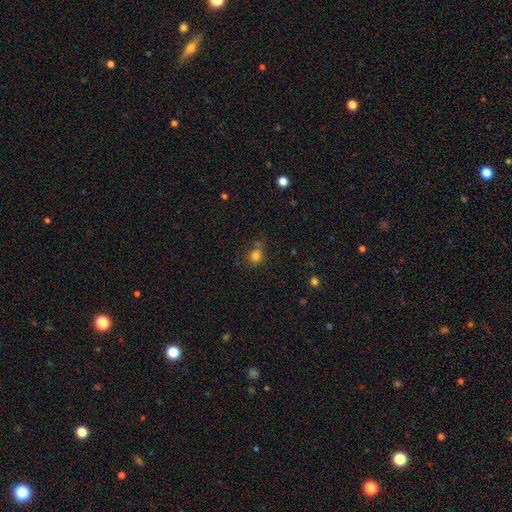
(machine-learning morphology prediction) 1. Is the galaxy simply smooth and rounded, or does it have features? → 80% smooth, 14% star or artifact, 6% featured or disk.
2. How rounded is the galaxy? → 79% round, 20% in between, 1% cigar-shaped.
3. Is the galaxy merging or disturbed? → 66% none, 20% minor disturbance, 7% merger, 6% major disturbance.